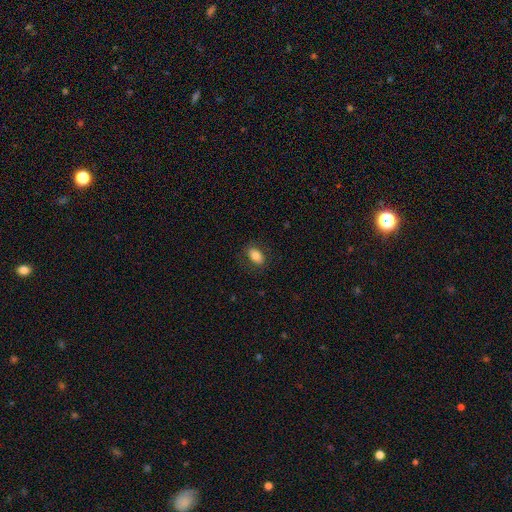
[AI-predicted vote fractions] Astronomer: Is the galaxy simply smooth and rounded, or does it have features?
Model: smooth — 83%.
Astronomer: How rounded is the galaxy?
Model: in between — 88%.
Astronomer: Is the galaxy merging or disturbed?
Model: none — 84%.